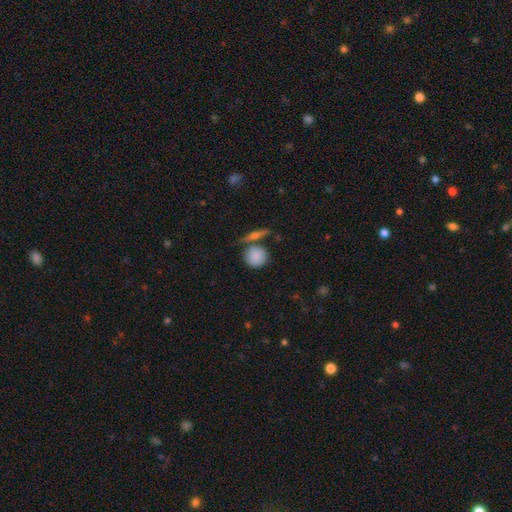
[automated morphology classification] smooth 83%, featured or disk 10%, star or artifact 8%. Down the decision tree: how rounded — round (85%); merging — none (61%).